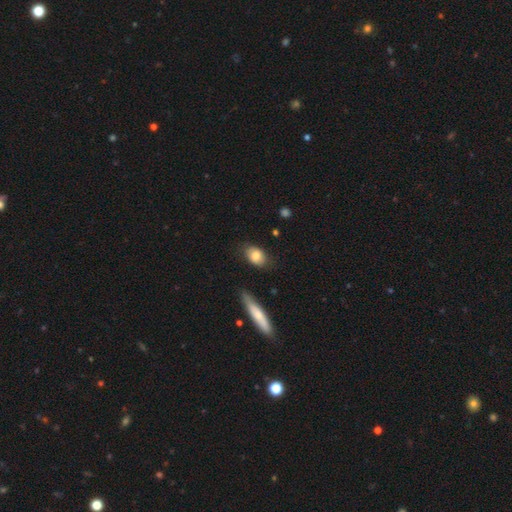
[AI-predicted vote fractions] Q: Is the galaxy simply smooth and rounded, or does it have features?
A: smooth — 81%.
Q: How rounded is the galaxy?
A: in between — 77%.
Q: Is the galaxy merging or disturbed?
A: none — 78%.